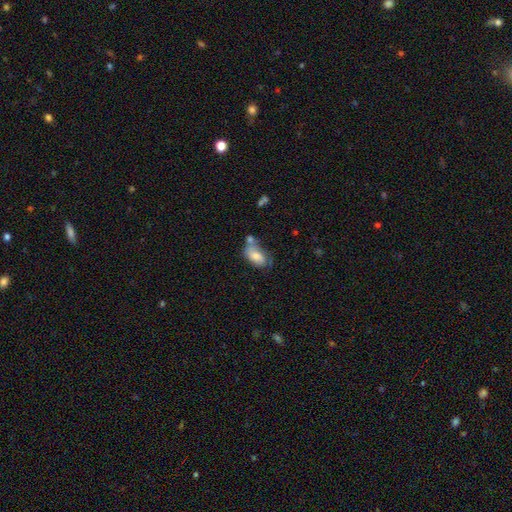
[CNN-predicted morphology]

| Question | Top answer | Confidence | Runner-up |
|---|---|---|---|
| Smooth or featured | smooth | 71% | featured or disk (21%) |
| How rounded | in between | 92% | round (5%) |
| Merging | none | 34% | merger (28%) |